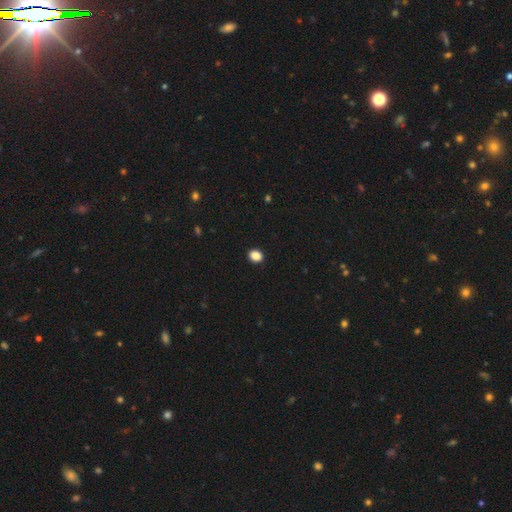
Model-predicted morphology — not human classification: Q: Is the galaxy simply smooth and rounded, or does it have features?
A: smooth — 87%.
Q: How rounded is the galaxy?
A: round — 57%.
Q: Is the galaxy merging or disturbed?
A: none — 92%.